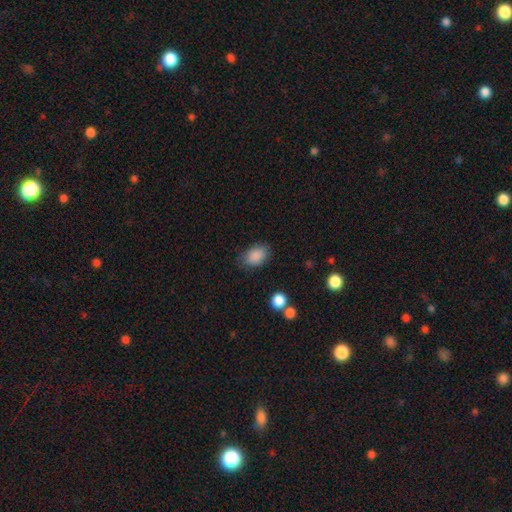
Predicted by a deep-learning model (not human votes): Smooth or featured? smooth (88%)
How rounded? in between (82%)
Merging? none (80%)